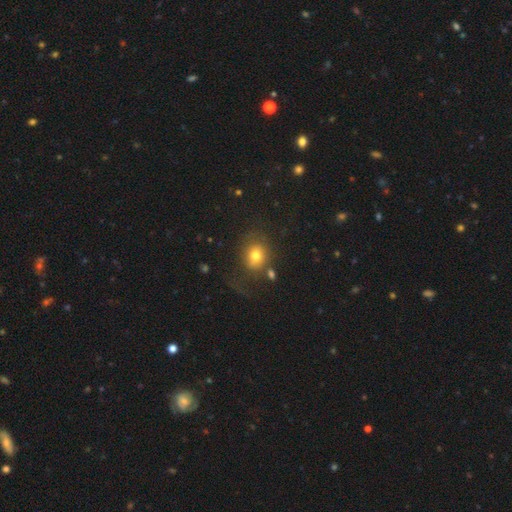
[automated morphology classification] smooth 74%, featured or disk 13%, star or artifact 13%. Down the decision tree: how rounded — round (65%); merging — none (58%).